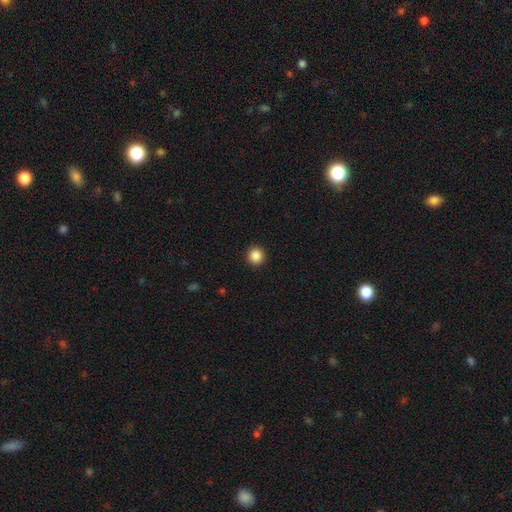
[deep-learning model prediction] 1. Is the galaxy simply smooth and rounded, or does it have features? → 87% smooth, 10% star or artifact, 3% featured or disk.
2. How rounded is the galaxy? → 94% round, 5% in between, 1% cigar-shaped.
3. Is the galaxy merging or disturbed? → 93% none, 5% minor disturbance, 2% major disturbance, 1% merger.